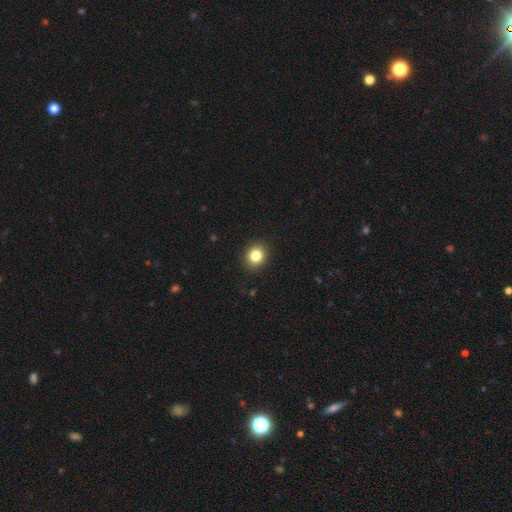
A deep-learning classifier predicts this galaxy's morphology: Smooth or featured: smooth — 84% (star or artifact — 10%)
How rounded: round — 70% (in between — 29%)
Merging: none — 90% (minor disturbance — 7%)